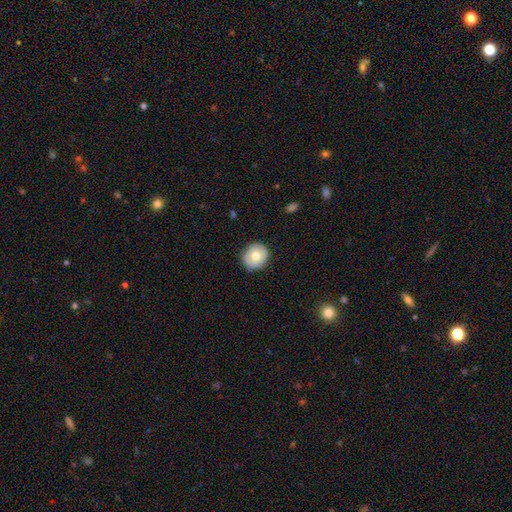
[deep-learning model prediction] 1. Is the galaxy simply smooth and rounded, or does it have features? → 62% smooth, 30% featured or disk, 8% star or artifact.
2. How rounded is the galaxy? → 90% round, 9% in between, 1% cigar-shaped.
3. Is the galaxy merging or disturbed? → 87% none, 10% minor disturbance, 2% major disturbance, 1% merger.